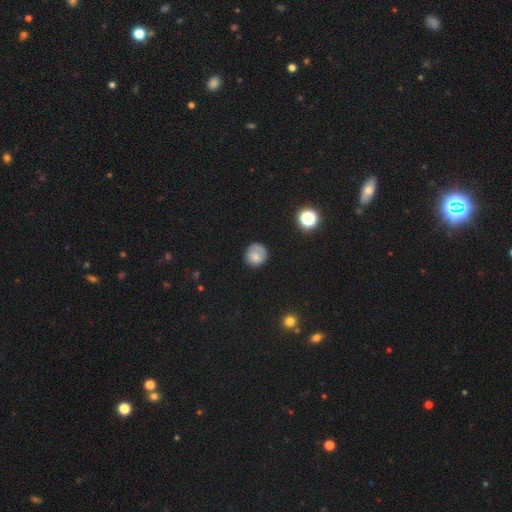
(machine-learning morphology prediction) Overall: smooth (76%). How rounded: round (86%). Merging: none (73%).